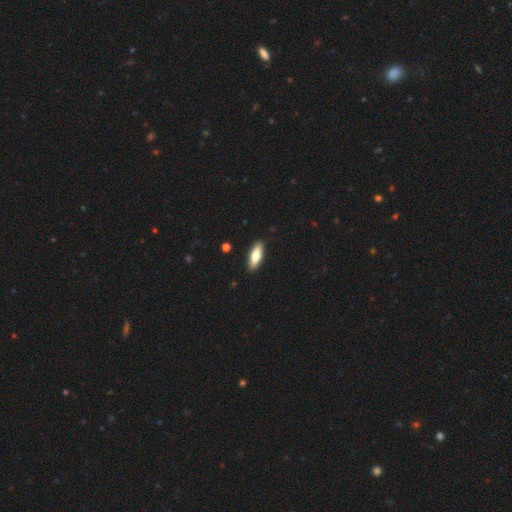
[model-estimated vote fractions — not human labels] Smooth or featured: smooth — 73% (featured or disk — 22%)
How rounded: in between — 60% (cigar-shaped — 38%)
Merging: none — 90% (minor disturbance — 7%)